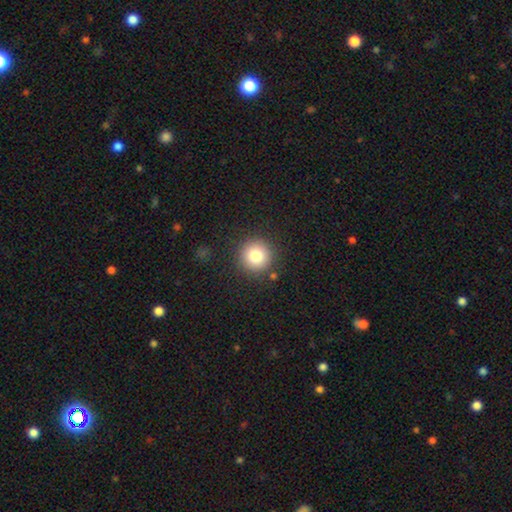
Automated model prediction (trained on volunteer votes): This is likely a smooth galaxy (80%). How rounded: clearly round (95%). Merging: clearly none (88%).